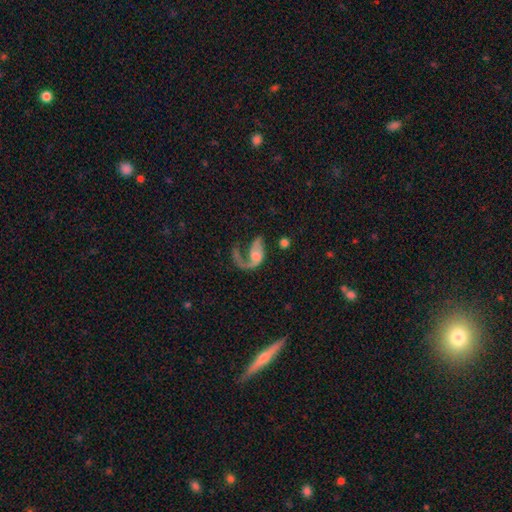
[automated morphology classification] Smooth or featured? Predicted: featured or disk (p=0.72). Edge-on disk? Predicted: no (p=0.97). Bar? Predicted: no (p=0.66). Spiral arms? Predicted: yes (p=0.82). Spiral winding? Predicted: loose (p=0.71). Spiral arm count? Predicted: 1 (p=0.76). Bulge size? Predicted: moderate (p=0.36). Merging? Predicted: major disturbance (p=0.53).